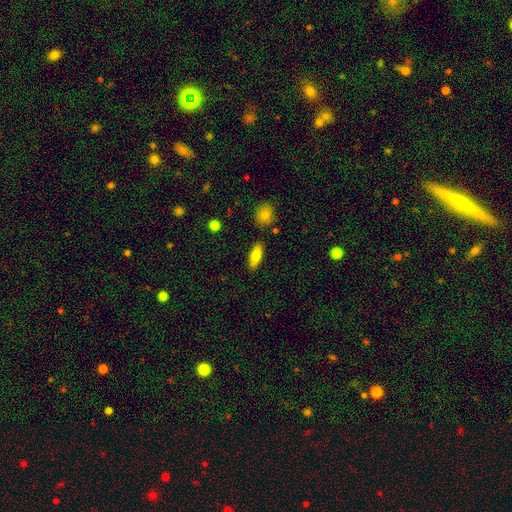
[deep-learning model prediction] This appears to be a smooth galaxy with no disk features (74%) that is in between round and cigar-shaped (64%). Merging: none (86%).